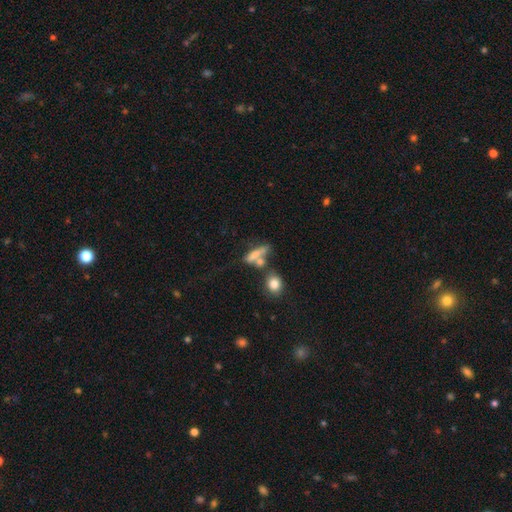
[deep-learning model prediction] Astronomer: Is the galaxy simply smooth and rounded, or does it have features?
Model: smooth — 65%.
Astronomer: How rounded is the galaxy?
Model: cigar-shaped — 56% (runner-up: in between, 35%).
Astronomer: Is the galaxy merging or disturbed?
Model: none — 40% (runner-up: merger, 32%).